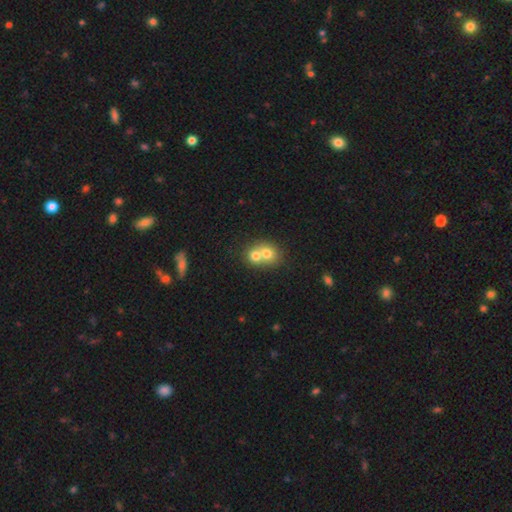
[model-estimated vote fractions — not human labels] Overall: smooth (70%). How rounded: round (69%; in between 30%). Merging: merger (71%).